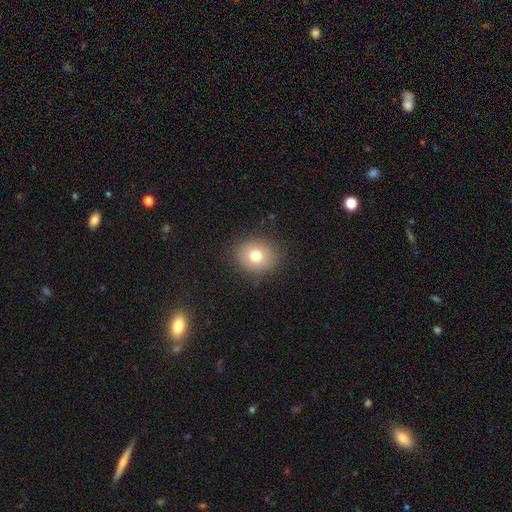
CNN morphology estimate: Smooth or featured? Predicted: smooth (p=0.75). How rounded? Predicted: round (p=0.71). Merging? Predicted: none (p=0.88).